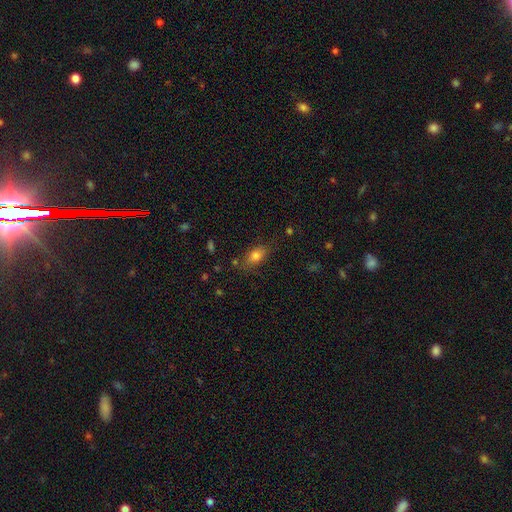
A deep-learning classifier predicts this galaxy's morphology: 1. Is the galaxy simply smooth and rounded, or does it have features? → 78% smooth, 12% featured or disk, 10% star or artifact.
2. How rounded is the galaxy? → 82% in between, 12% round, 7% cigar-shaped.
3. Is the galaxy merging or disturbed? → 75% none, 17% minor disturbance, 5% major disturbance, 3% merger.